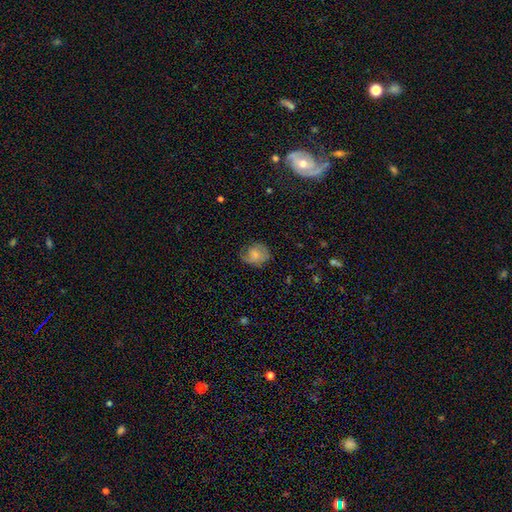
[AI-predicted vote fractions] A smooth galaxy with no disk features (63%) that is round (65%).

Vote fractions:
- Smooth or featured? smooth: 63% / featured or disk: 28% / star or artifact: 9%
- How rounded? round: 65% / in between: 34% / cigar-shaped: 1%
- Merging? none: 59% / minor disturbance: 26% / major disturbance: 14% / merger: 1%